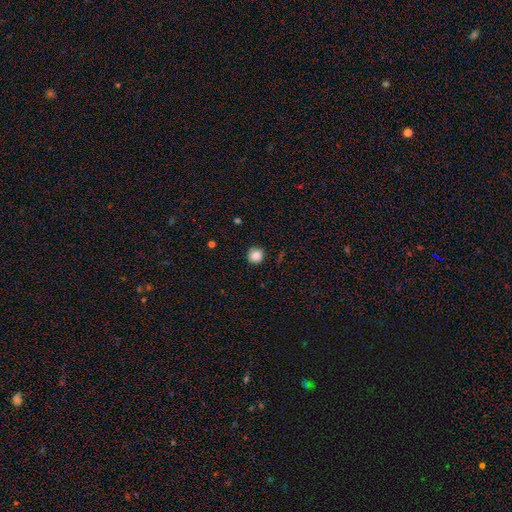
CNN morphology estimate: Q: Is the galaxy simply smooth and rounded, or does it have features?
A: smooth — 85%.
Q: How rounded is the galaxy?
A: round — 92%.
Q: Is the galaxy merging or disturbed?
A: none — 87%.